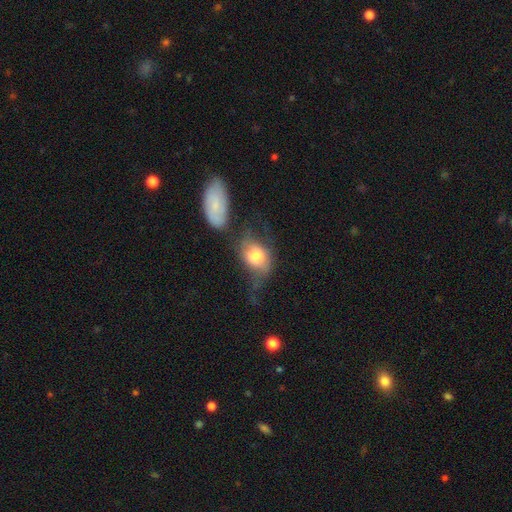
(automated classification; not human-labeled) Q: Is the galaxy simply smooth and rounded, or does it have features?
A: smooth — 65%.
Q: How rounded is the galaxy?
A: in between — 71%.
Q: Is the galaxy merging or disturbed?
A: major disturbance — 30%, tied with none.